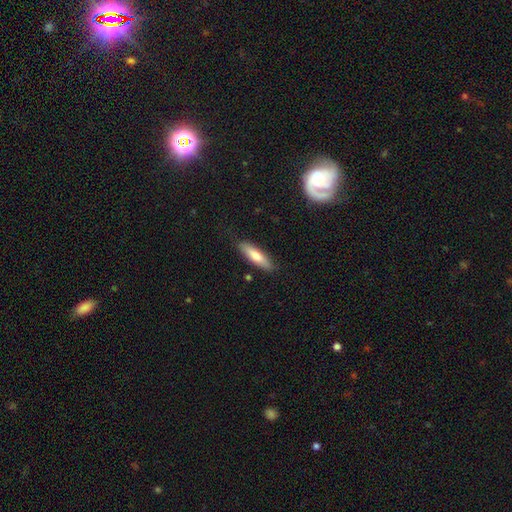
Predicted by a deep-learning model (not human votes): Morphology: type=smooth (75%); roundness=cigar-shaped (58%); merging=none (83%).